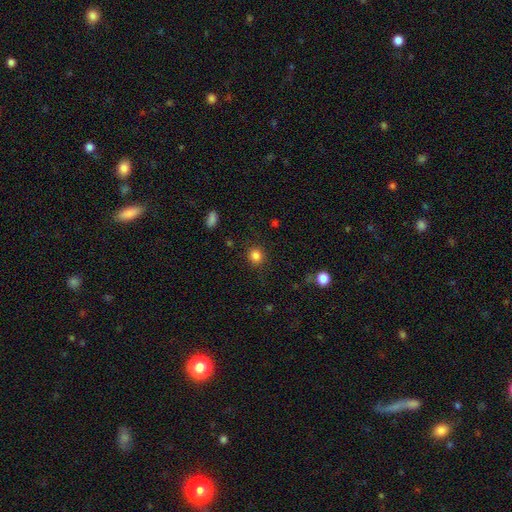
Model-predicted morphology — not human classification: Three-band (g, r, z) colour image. It shows a smooth galaxy with no disk features (84%) that is round (87%). Merging: none (87%).